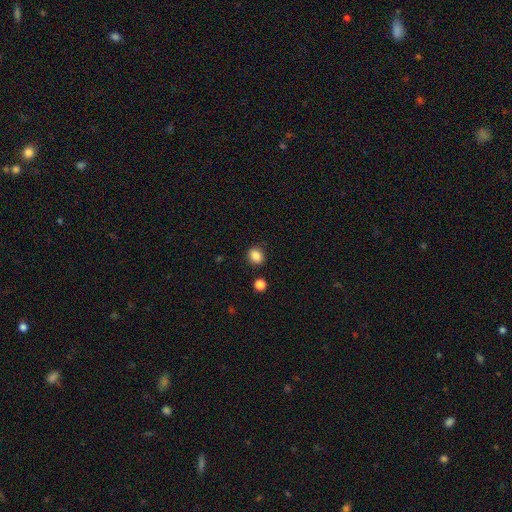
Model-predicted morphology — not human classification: Q: Smooth or featured?
A: smooth (86%); runner-up: star or artifact (10%)
Q: How rounded?
A: round (57%); runner-up: in between (42%)
Q: Merging?
A: none (86%); runner-up: minor disturbance (8%)